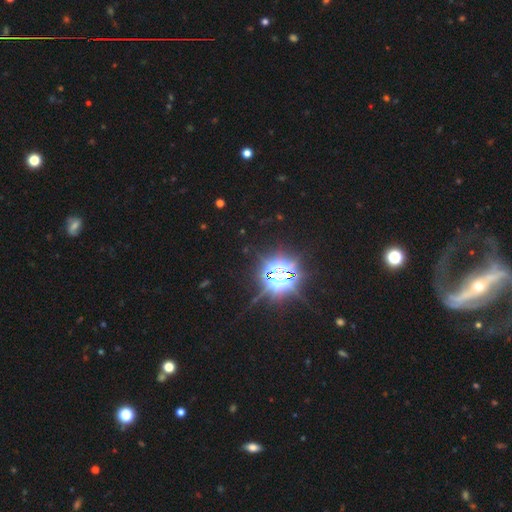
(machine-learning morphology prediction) This appears to be a star or artifact, not a galaxy (69%).